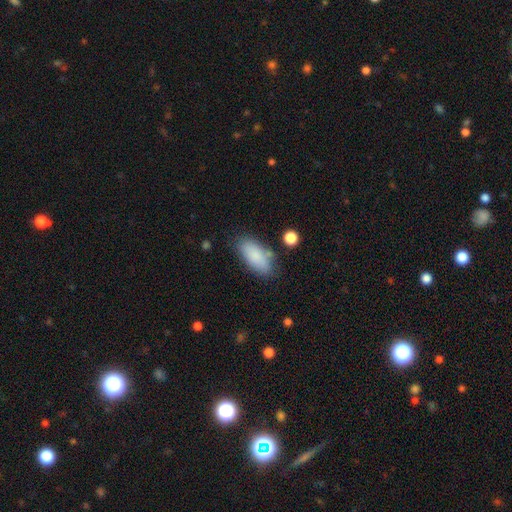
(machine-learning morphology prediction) smooth_or_featured: smooth (p=0.85) [alt: featured or disk p=0.08]
how_rounded: in between (p=0.88) [alt: cigar-shaped p=0.10]
merging: none (p=0.74) [alt: minor disturbance p=0.16]